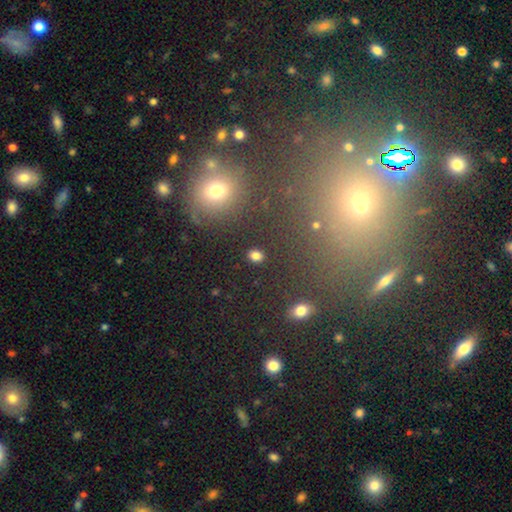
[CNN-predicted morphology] This is clearly a smooth galaxy (80%). How rounded: possibly round (50%). Merging: clearly none (89%).